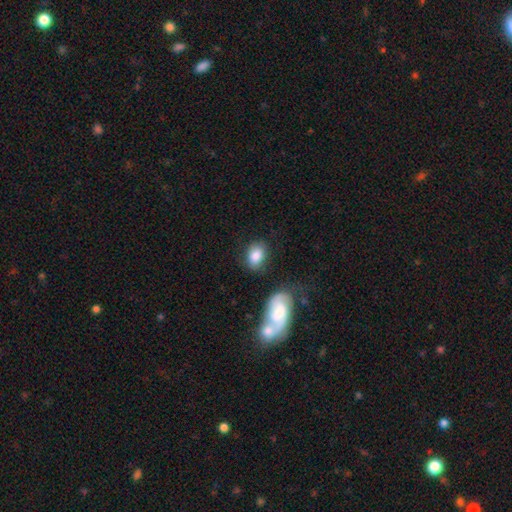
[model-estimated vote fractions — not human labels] This is clearly a smooth galaxy (84%). How rounded: likely in between (75%). Merging: likely none (73%).